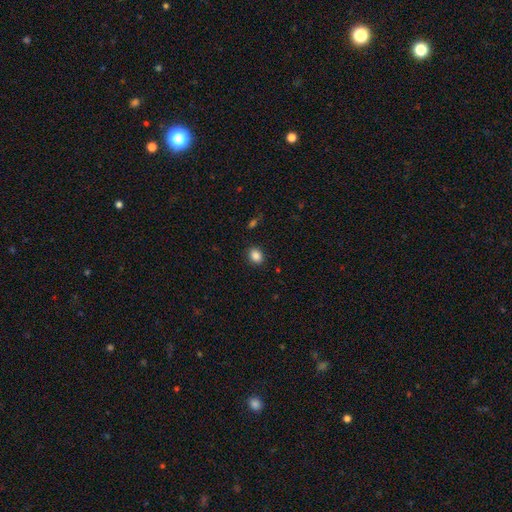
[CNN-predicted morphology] smooth 87%, star or artifact 10%, featured or disk 4%. Down the decision tree: how rounded — in between (54%); merging — none (88%).